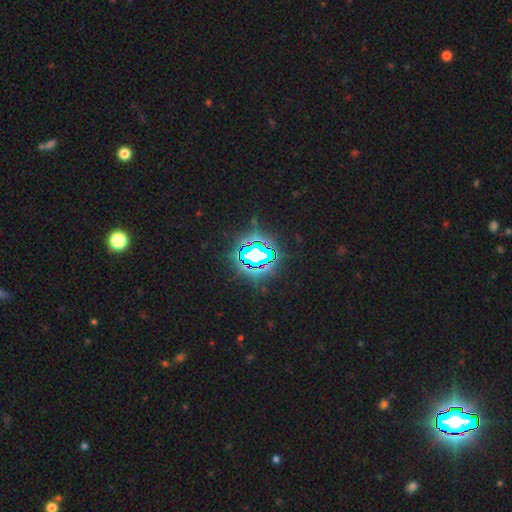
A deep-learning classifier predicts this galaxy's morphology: Smooth or featured? Predicted: star or artifact (p=0.77).